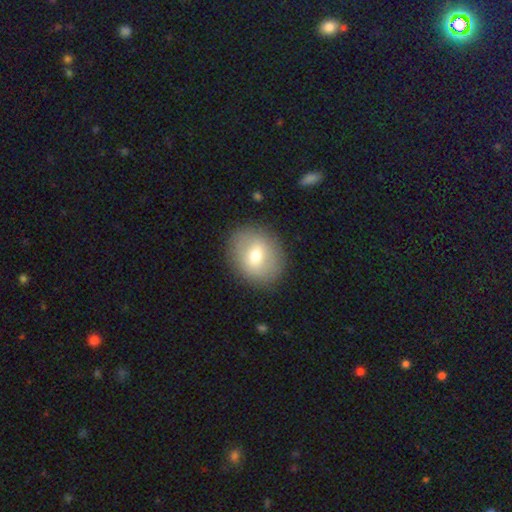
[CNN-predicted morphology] type=smooth (61%); roundness=round (63%); merging=none (87%).